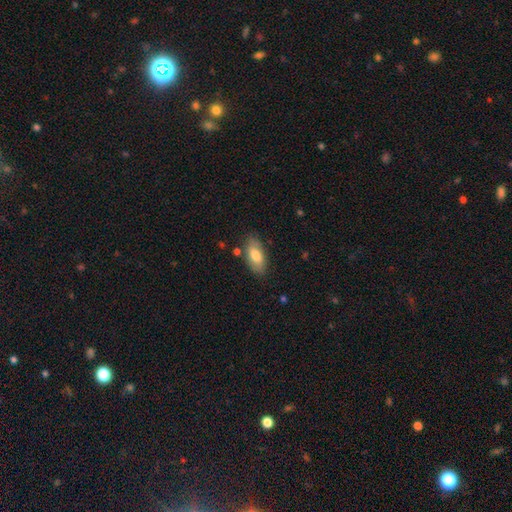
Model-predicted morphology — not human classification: This appears to be a smooth galaxy with no disk features (77%) that is in between round and cigar-shaped (88%). Merging: none (78%).